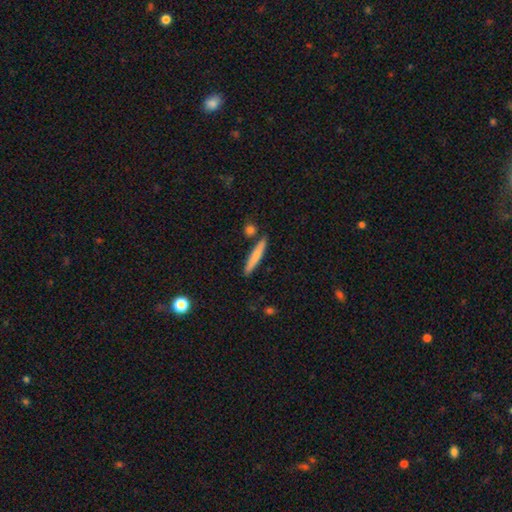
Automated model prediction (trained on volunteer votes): Smooth or featured?
  - smooth: 75% *
  - featured or disk: 20%
  - star or artifact: 6%
How rounded?
  - cigar-shaped: 94% *
  - in between: 4%
  - round: 1%
Merging?
  - none: 85% *
  - minor disturbance: 8%
  - merger: 5%
  - major disturbance: 2%